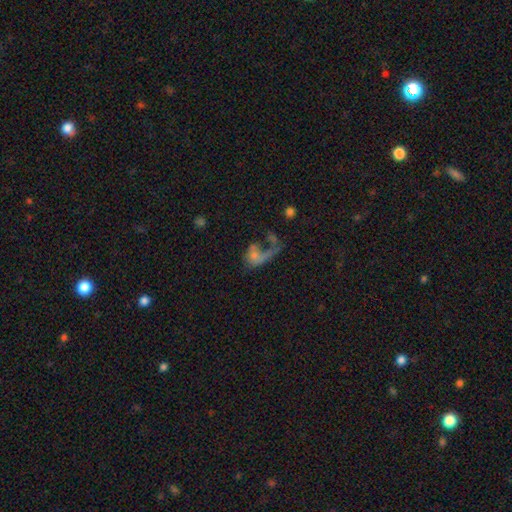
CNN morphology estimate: smooth_or_featured: smooth (p=0.45) [alt: featured or disk p=0.42]
merging: major disturbance (p=0.49) [alt: merger p=0.24]